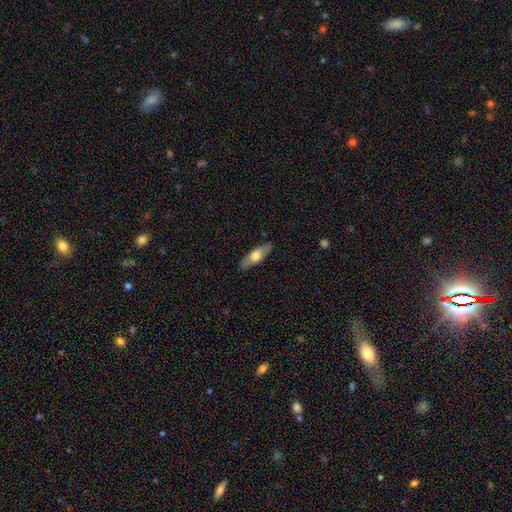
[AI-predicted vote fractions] This appears to be a smooth galaxy with no disk features (53%) that is in between round and cigar-shaped (50%). Merging: none (87%).